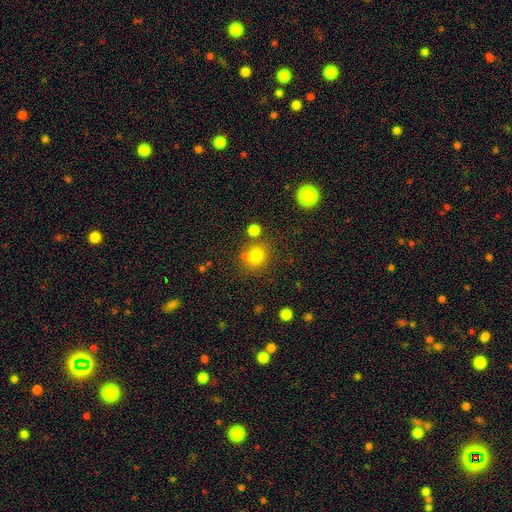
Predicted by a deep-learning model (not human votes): Smooth or featured? Predicted: smooth (p=0.78). How rounded? Predicted: round (p=0.81). Merging? Predicted: none (p=0.71).